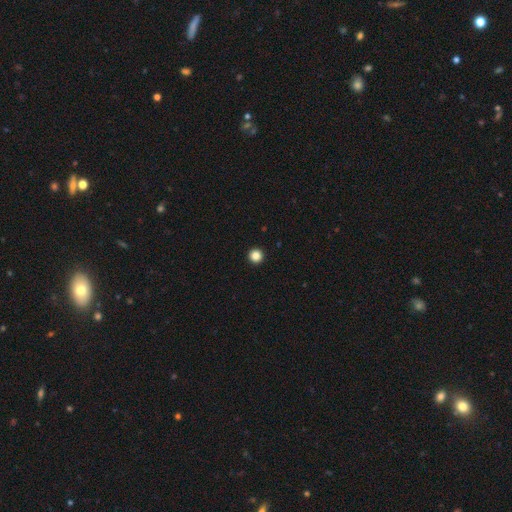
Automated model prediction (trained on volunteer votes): A smooth galaxy with no disk features (85%) that is round (97%). Merging: none (95%).